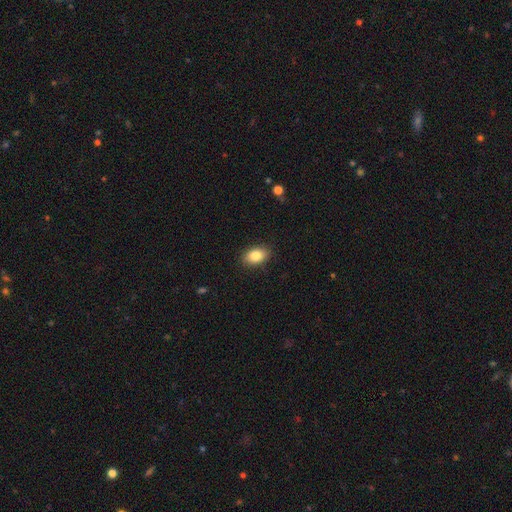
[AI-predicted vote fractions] smooth_or_featured: smooth (p=0.85) [alt: star or artifact p=0.08]
how_rounded: in between (p=0.87) [alt: round p=0.12]
merging: none (p=0.89) [alt: minor disturbance p=0.08]